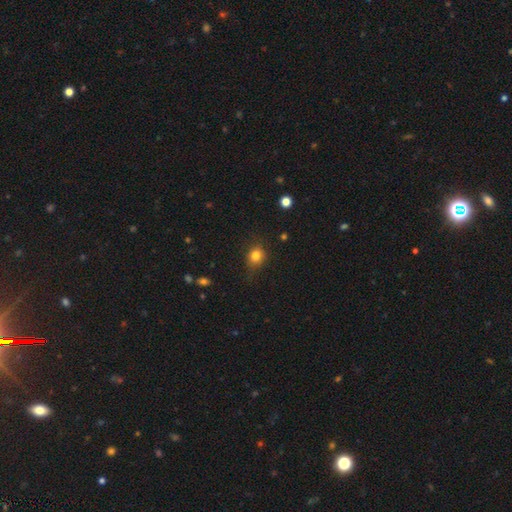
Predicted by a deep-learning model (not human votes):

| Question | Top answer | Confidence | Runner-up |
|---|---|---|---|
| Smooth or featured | smooth | 82% | star or artifact (12%) |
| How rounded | round | 68% | in between (31%) |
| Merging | none | 75% | minor disturbance (19%) |